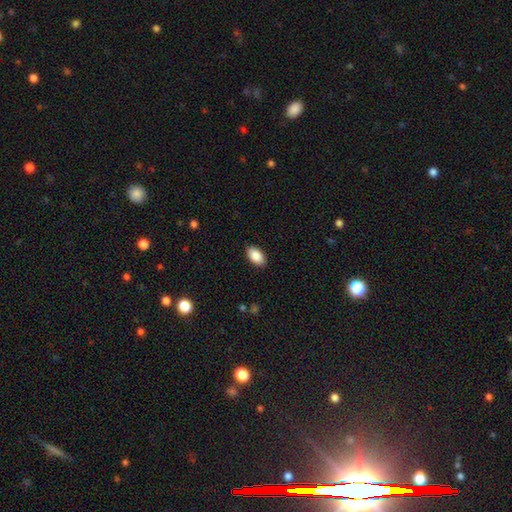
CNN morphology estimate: Smooth or featured: smooth — 88% (star or artifact — 7%)
How rounded: in between — 94% (round — 4%)
Merging: none — 89% (minor disturbance — 8%)